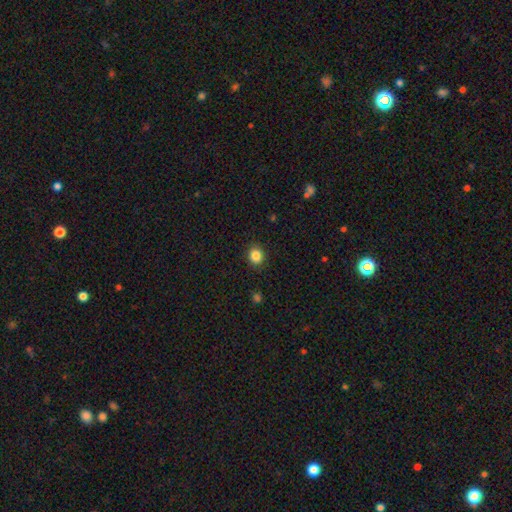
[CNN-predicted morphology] smooth 86%, star or artifact 10%, featured or disk 4%. Down the decision tree: how rounded — round (76%); merging — none (89%).